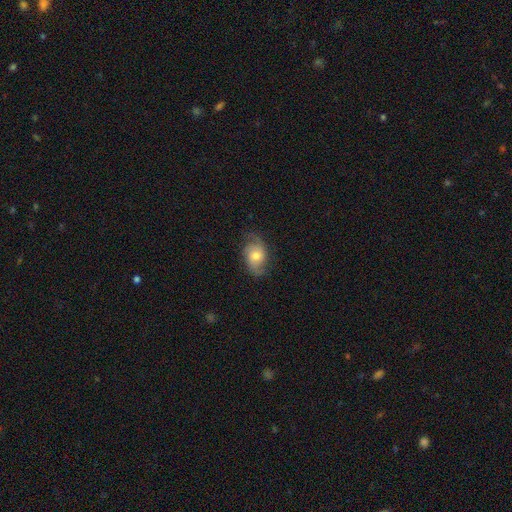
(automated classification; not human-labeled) Smooth or featured? Predicted: featured or disk (p=0.58). Edge-on disk? Predicted: no (p=0.95). Bar? Predicted: no (p=0.73). Spiral arms? Predicted: yes (p=0.88). Bulge size? Predicted: moderate (p=0.65). Merging? Predicted: none (p=0.68).